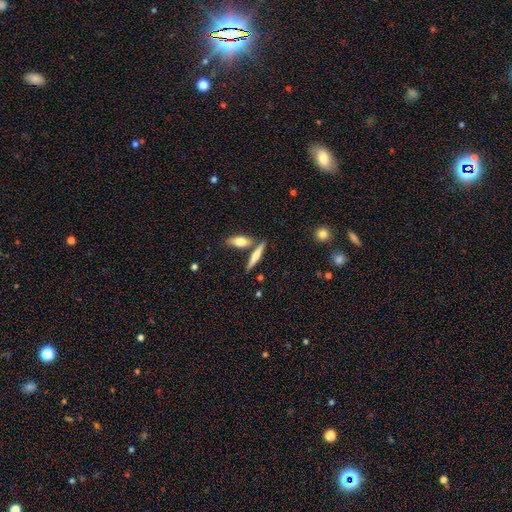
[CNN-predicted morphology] type=smooth (57%); roundness=cigar-shaped (81%); merging=none (71%).